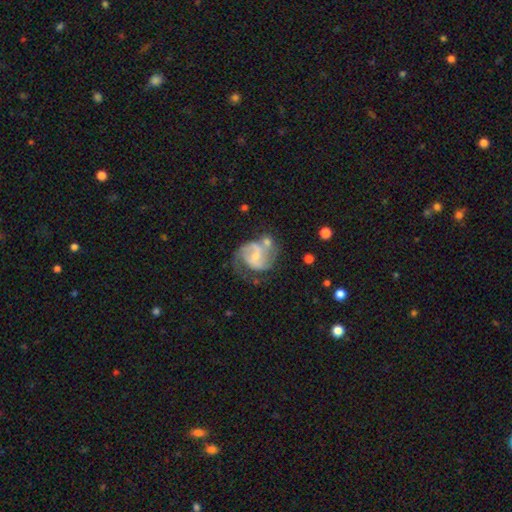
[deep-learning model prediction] Smooth or featured?
  - featured or disk: 77% *
  - smooth: 17%
  - star or artifact: 6%
Edge-on disk?
  - no: 98% *
  - yes: 2%
Bar?
  - weak: 49% *
  - no: 37%
  - strong: 13%
Spiral arms?
  - yes: 90% *
  - no: 10%
Spiral winding?
  - medium: 51% *
  - loose: 26%
  - tight: 24%
Spiral arm count?
  - 2: 71% *
  - can't tell: 12%
  - 1: 8%
  - 3: 6%
  - 4: 2%
  - more than 4: 2%
Bulge size?
  - small: 56% *
  - moderate: 28%
  - none: 12%
  - large: 3%
  - dominant: 1%
Merging?
  - none: 41% *
  - minor disturbance: 22%
  - major disturbance: 20%
  - merger: 17%